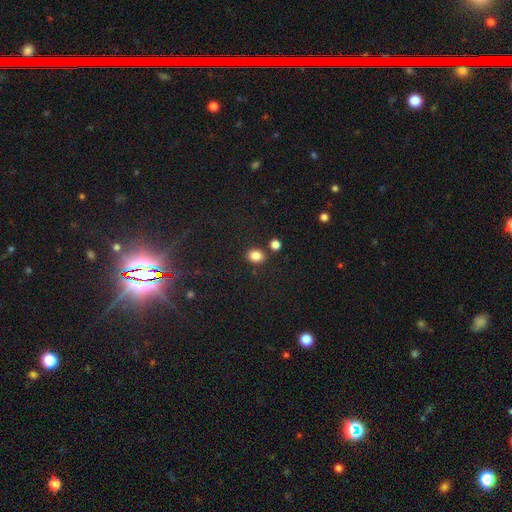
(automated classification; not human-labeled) smooth 85%, star or artifact 10%, featured or disk 5%. Down the decision tree: how rounded — in between (54%); merging — none (81%).